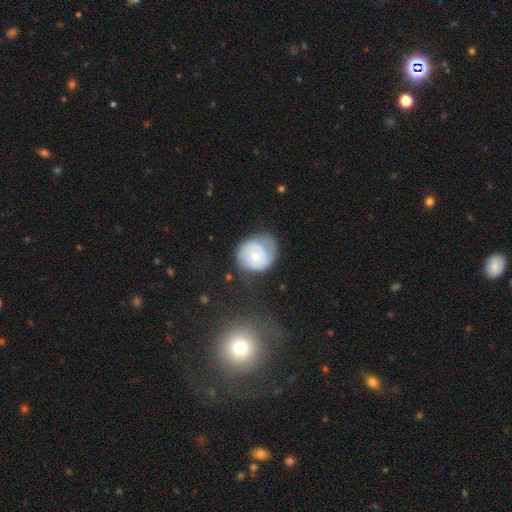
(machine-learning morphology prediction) Smooth or featured? featured or disk (49%)
Merging? none (51%)